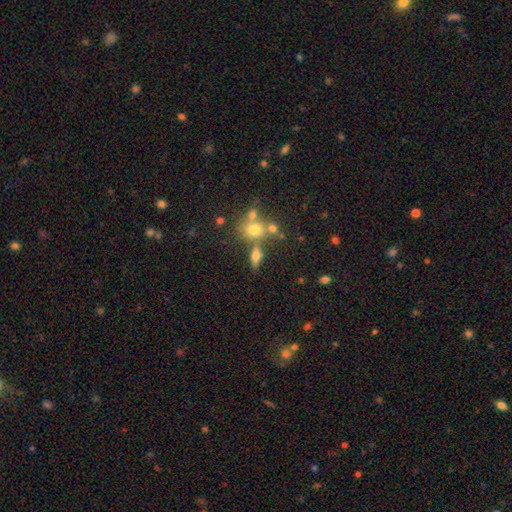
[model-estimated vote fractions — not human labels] Smooth or featured?
  - smooth: 63% *
  - featured or disk: 23%
  - star or artifact: 14%
How rounded?
  - in between: 63% *
  - cigar-shaped: 20%
  - round: 17%
Merging?
  - none: 55% *
  - merger: 25%
  - minor disturbance: 13%
  - major disturbance: 7%